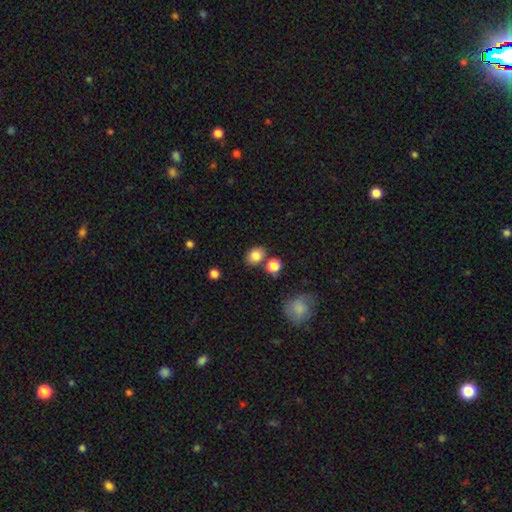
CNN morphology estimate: This is clearly a smooth galaxy (84%). How rounded: possibly in between (51%). Merging: likely none (75%).